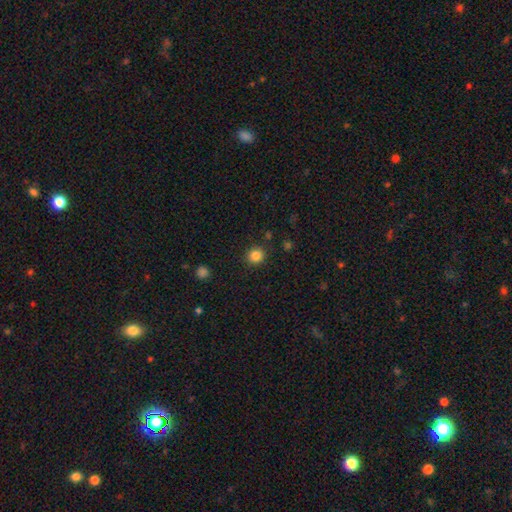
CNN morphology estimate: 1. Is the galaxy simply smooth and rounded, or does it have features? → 84% smooth, 12% star or artifact, 4% featured or disk.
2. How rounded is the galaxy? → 91% round, 8% in between, 1% cigar-shaped.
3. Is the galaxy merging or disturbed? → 90% none, 6% minor disturbance, 2% major disturbance, 2% merger.